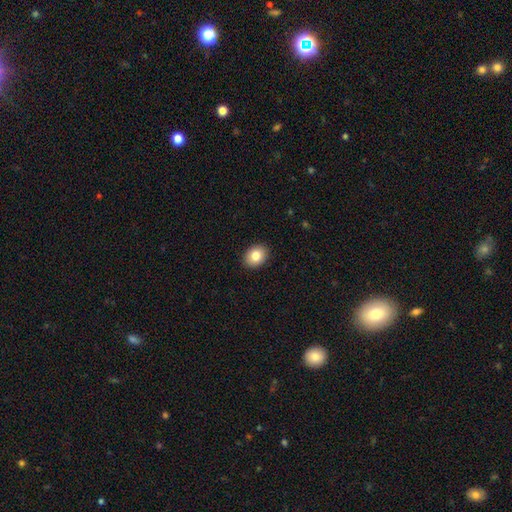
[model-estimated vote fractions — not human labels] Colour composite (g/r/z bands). It shows a smooth galaxy with no disk features (82%) that is in between round and cigar-shaped (65%). Merging: none (90%).